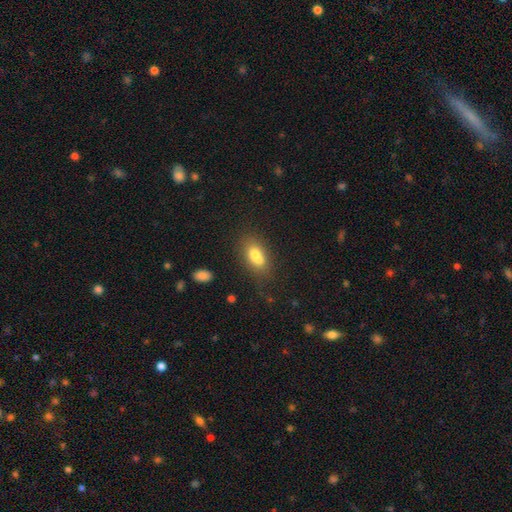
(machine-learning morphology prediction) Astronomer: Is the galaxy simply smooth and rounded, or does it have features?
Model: smooth — 75%.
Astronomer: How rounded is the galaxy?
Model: in between — 83%.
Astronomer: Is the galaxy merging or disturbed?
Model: none — 50% (runner-up: merger, 25%).